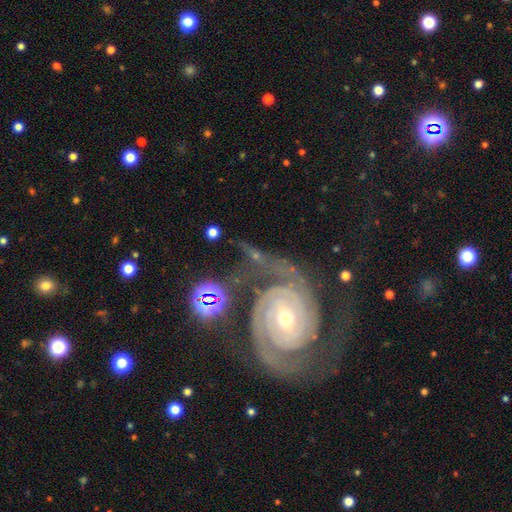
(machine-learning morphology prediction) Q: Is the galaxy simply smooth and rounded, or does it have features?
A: featured or disk — 82%.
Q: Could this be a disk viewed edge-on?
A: no — 95%.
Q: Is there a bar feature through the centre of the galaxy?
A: no — 50%.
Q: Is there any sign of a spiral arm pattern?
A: yes — 95%.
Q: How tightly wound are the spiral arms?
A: tight — 64%.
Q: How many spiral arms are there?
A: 2 — 61%.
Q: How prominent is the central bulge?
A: small — 50%.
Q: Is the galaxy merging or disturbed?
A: none — 49%.